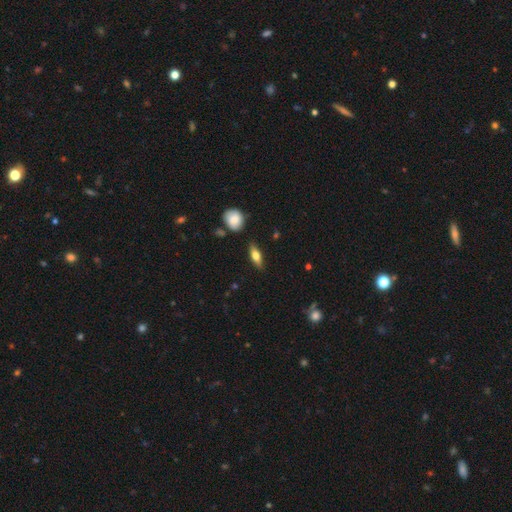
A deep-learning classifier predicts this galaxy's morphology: The model was most divided on "how rounded": in between: 62%, cigar-shaped: 33%, round: 5%. More confident: merging — none (83%); smooth or featured — smooth (61%).